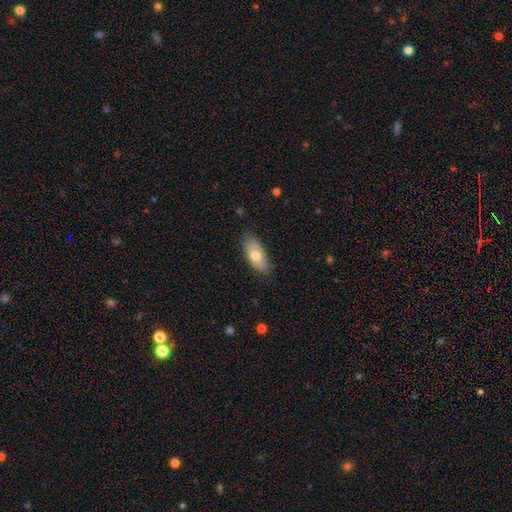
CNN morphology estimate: Smooth or featured: smooth — 67% (featured or disk — 27%)
How rounded: in between — 88% (cigar-shaped — 9%)
Merging: none — 78% (minor disturbance — 18%)